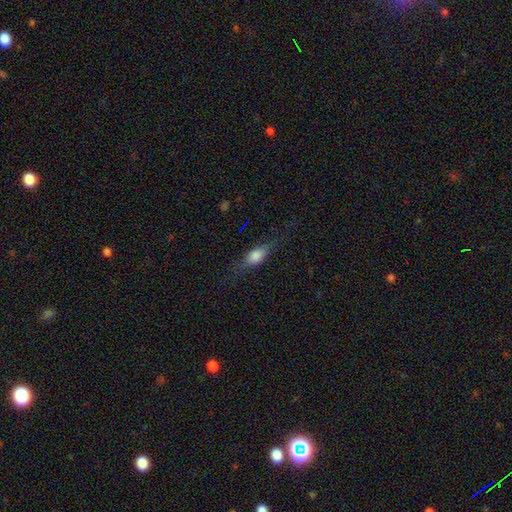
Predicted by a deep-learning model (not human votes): smooth_or_featured: smooth (p=0.70) [alt: featured or disk p=0.22]
how_rounded: in between (p=0.72) [alt: cigar-shaped p=0.22]
merging: none (p=0.70) [alt: minor disturbance p=0.20]